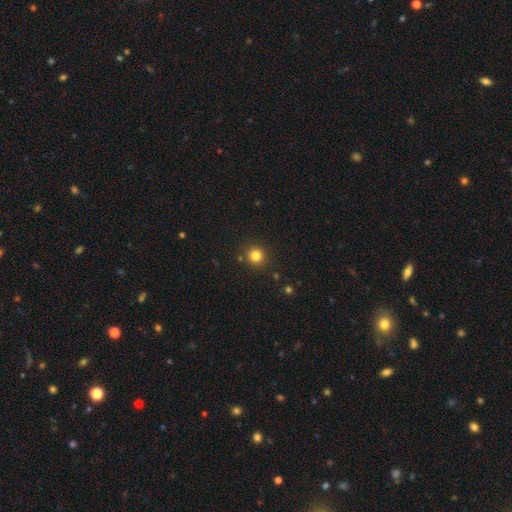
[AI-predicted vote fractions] A smooth galaxy with no disk features (82%) that is round (93%).

Vote fractions:
- Smooth or featured? smooth: 82% / star or artifact: 13% / featured or disk: 5%
- How rounded? round: 93% / in between: 6% / cigar-shaped: 1%
- Merging? none: 89% / minor disturbance: 6% / merger: 3% / major disturbance: 2%